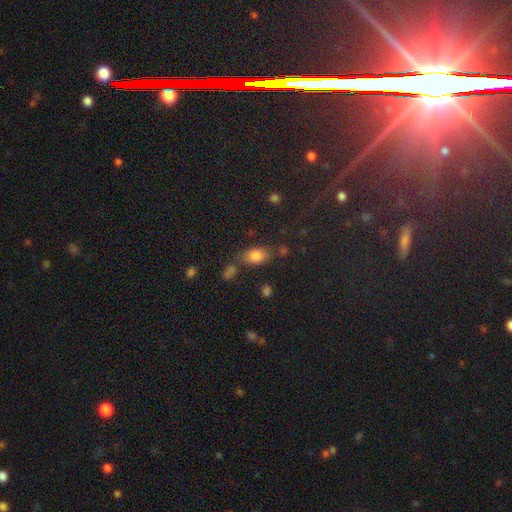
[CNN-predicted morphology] type=smooth (79%); roundness=in between (82%); merging=none (65%).